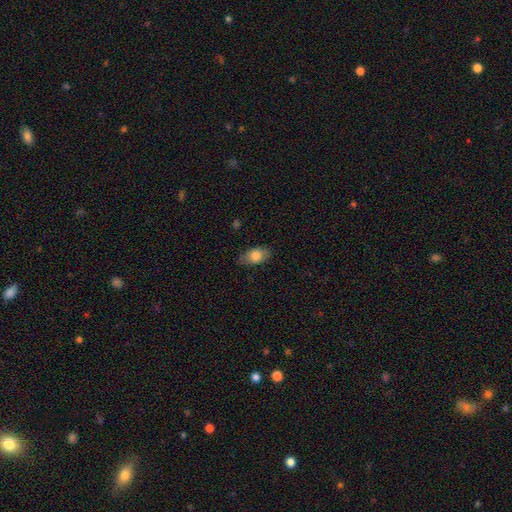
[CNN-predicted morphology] type=smooth (77%); roundness=in between (89%); merging=none (80%).